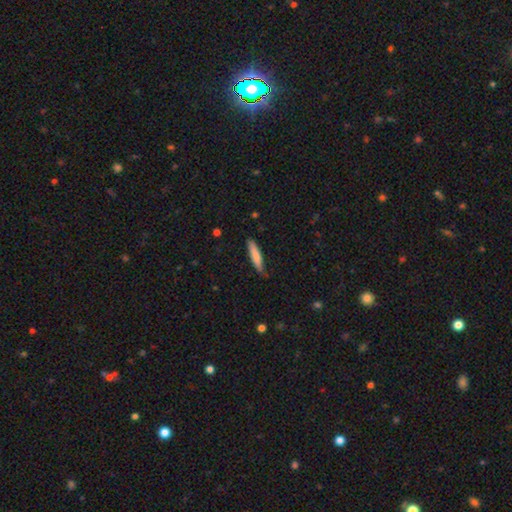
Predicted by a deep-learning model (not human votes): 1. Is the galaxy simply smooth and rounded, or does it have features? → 78% smooth, 17% featured or disk, 5% star or artifact.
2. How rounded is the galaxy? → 87% cigar-shaped, 12% in between, 1% round.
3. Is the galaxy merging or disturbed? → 76% none, 20% minor disturbance, 3% major disturbance, 2% merger.